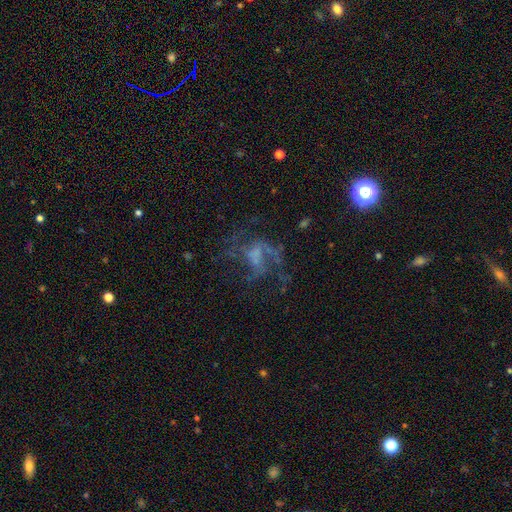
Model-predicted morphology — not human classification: This appears to be a featured or disk galaxy (64%) with no bar (62%), spiral arms (57%) and no central bulge (47%). Merging: none (42%).